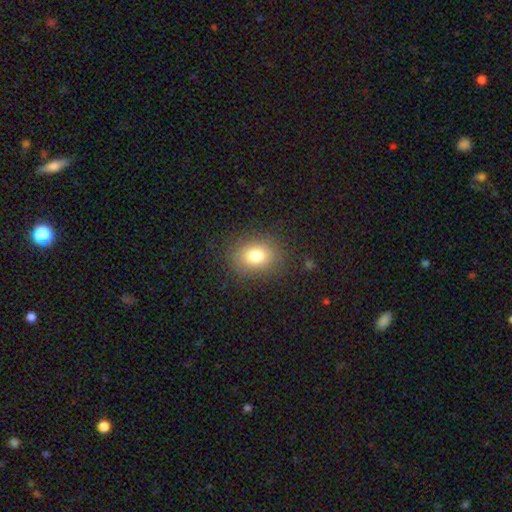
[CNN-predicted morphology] Overall: smooth (79%). How rounded: in between (55%; round 44%). Merging: none (84%).